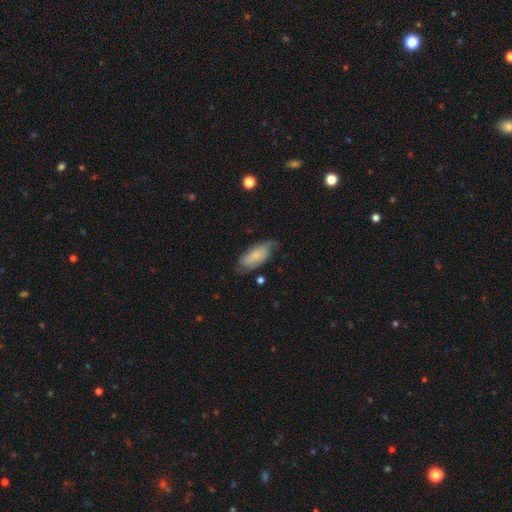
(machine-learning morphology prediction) smooth 61%, featured or disk 32%, star or artifact 7%. Down the decision tree: how rounded — in between (86%); merging — none (57%).